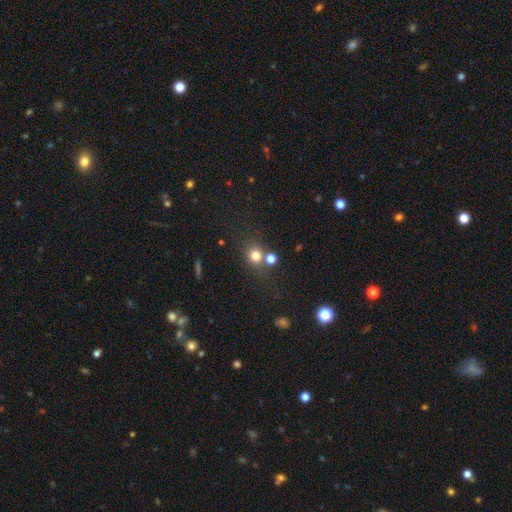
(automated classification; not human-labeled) Smooth or featured? smooth (76%)
How rounded? round (83%)
Merging? none (63%)